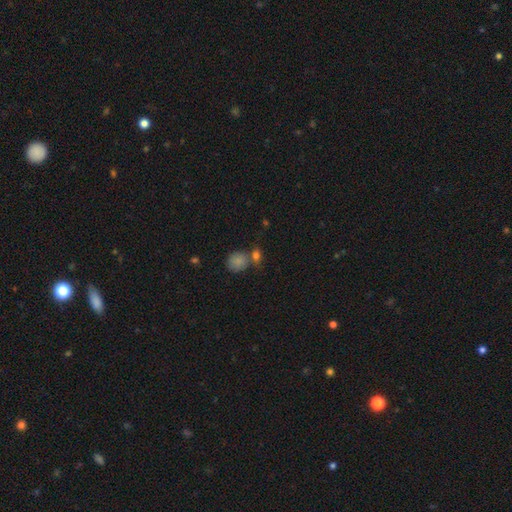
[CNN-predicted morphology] Smooth or featured? smooth (78%)
How rounded? round (54%)
Merging? none (53%)